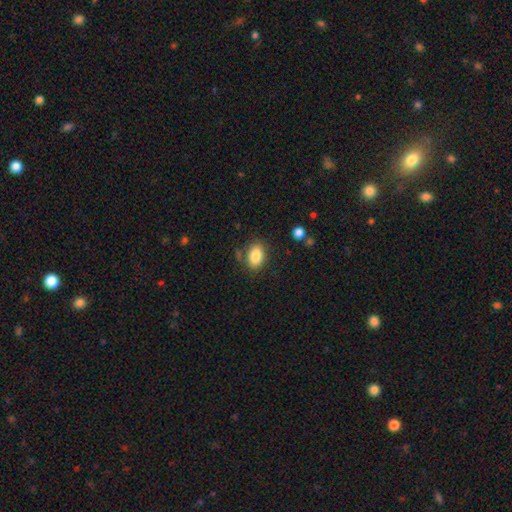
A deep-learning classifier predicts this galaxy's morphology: This is clearly a smooth galaxy (85%). How rounded: clearly in between (84%). Merging: likely none (78%).